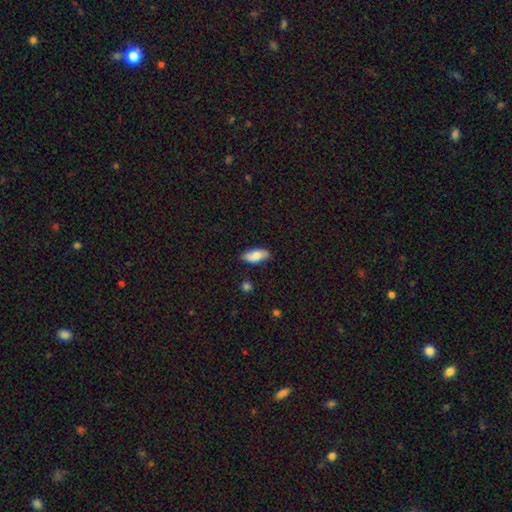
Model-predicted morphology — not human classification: Q: Smooth or featured?
A: smooth (78%); runner-up: featured or disk (16%)
Q: How rounded?
A: in between (86%); runner-up: cigar-shaped (12%)
Q: Merging?
A: none (80%); runner-up: minor disturbance (15%)